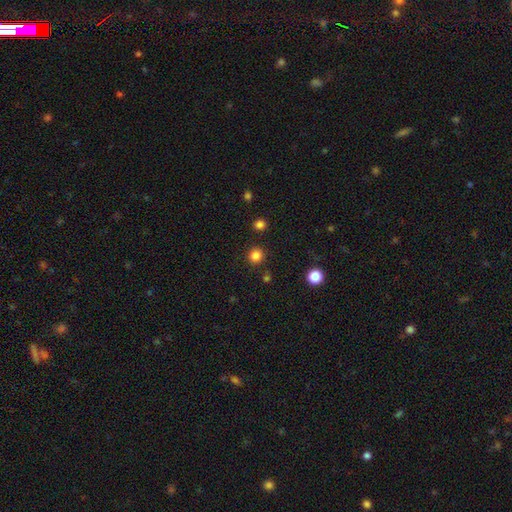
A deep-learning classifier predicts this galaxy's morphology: This appears to be a smooth galaxy with no disk features (83%) that is round (93%). Merging: none (89%).